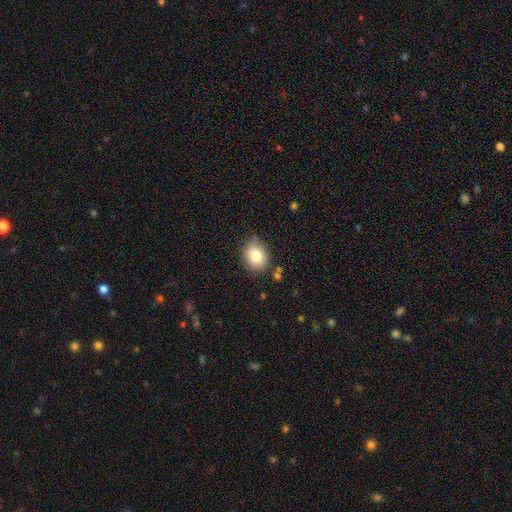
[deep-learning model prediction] Smooth or featured? smooth (82%)
How rounded? round (53%)
Merging? none (78%)